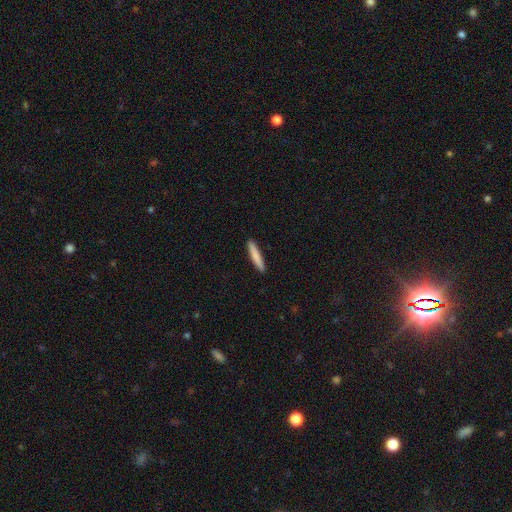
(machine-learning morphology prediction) smooth_or_featured: smooth (p=0.81) [alt: featured or disk p=0.14]
how_rounded: cigar-shaped (p=0.93) [alt: in between p=0.06]
merging: none (p=0.92) [alt: minor disturbance p=0.06]